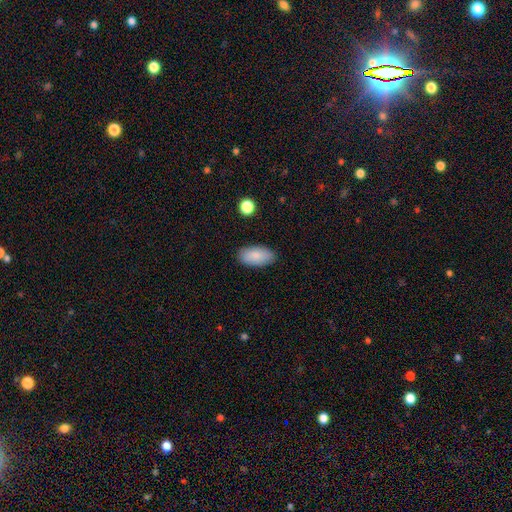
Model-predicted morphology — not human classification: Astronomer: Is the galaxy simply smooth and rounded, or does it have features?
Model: smooth — 86%.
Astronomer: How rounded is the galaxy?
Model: in between — 93%.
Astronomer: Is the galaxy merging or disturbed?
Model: none — 86%.